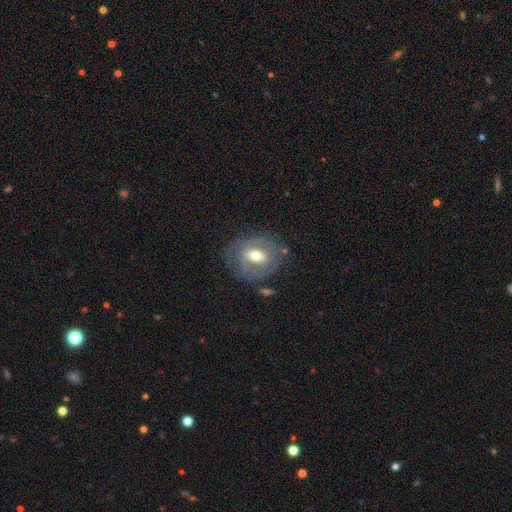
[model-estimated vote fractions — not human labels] This is likely a featured or disk galaxy (67%). It is clearly not viewed edge-on (94%). Bar: marginally weak (42%). Spiral arm pattern: possibly yes (59%). Central bulge: likely moderate (68%). Merging: likely none (70%).